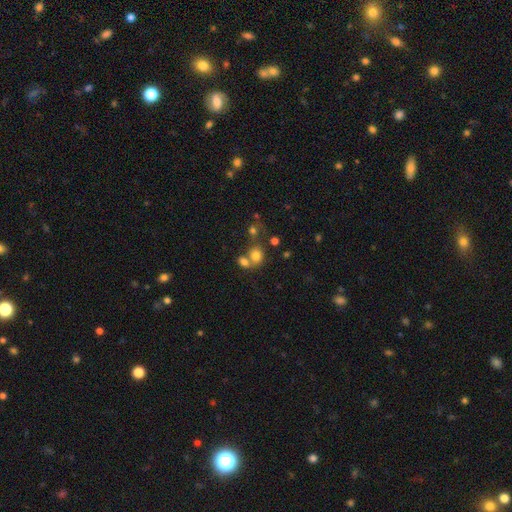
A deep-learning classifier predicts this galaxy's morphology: type=smooth (76%); roundness=round (60%); merging=merger (43%).